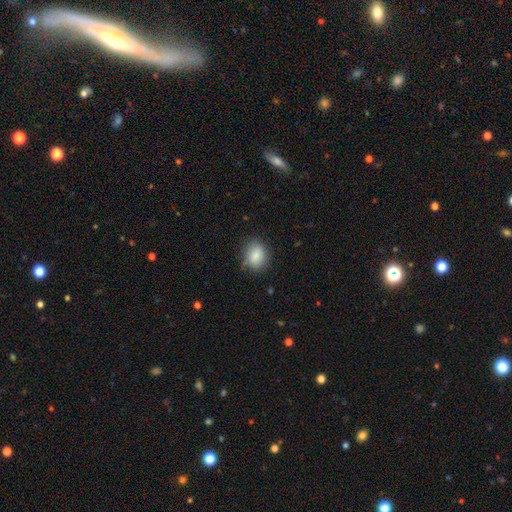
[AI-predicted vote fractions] Overall: smooth (87%). How rounded: in between (56%; round 42%). Merging: none (74%).